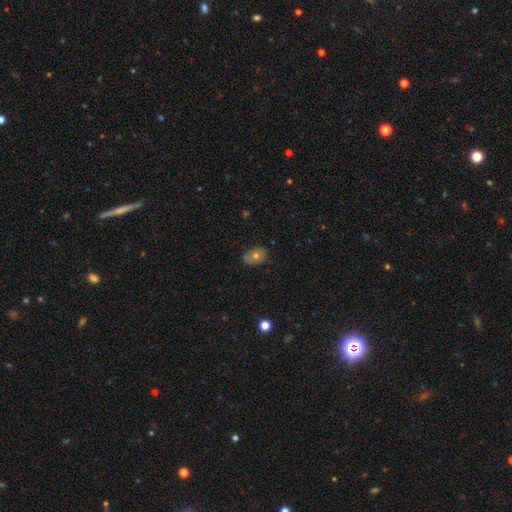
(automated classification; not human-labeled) This appears to be a smooth galaxy with no disk features (57%) that is in between round and cigar-shaped (65%). Merging: none (67%).